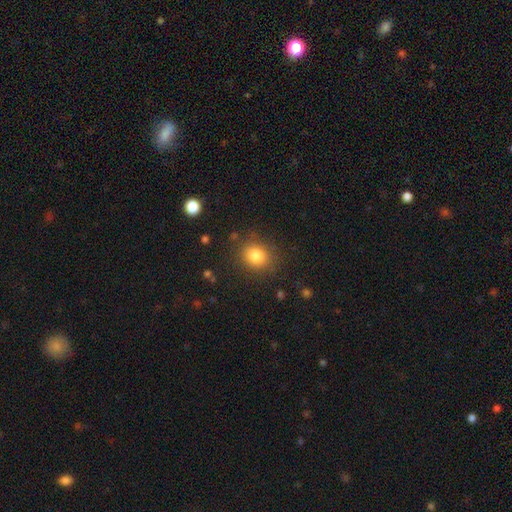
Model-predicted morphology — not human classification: Smooth or featured? smooth (83%)
How rounded? round (67%)
Merging? none (83%)